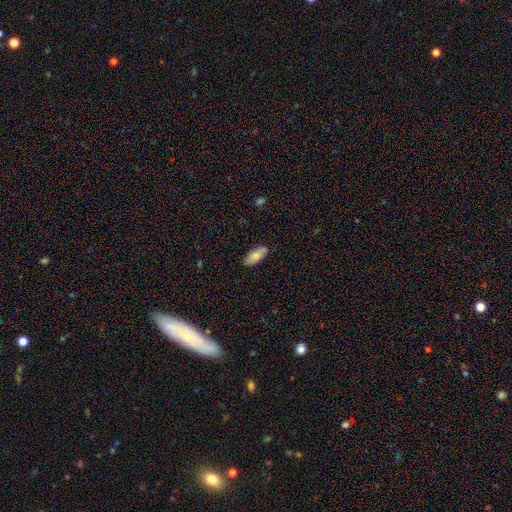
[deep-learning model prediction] Smooth or featured: smooth — 77% (featured or disk — 16%)
How rounded: in between — 85% (cigar-shaped — 13%)
Merging: none — 76% (minor disturbance — 16%)